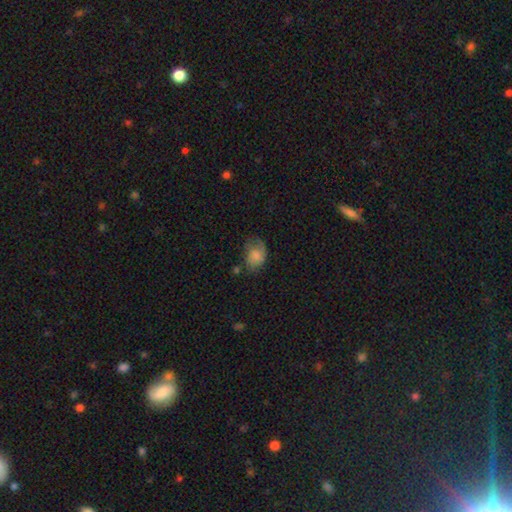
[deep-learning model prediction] Smooth or featured? Predicted: smooth (p=0.63). How rounded? Predicted: in between (p=0.72). Merging? Predicted: none (p=0.38).